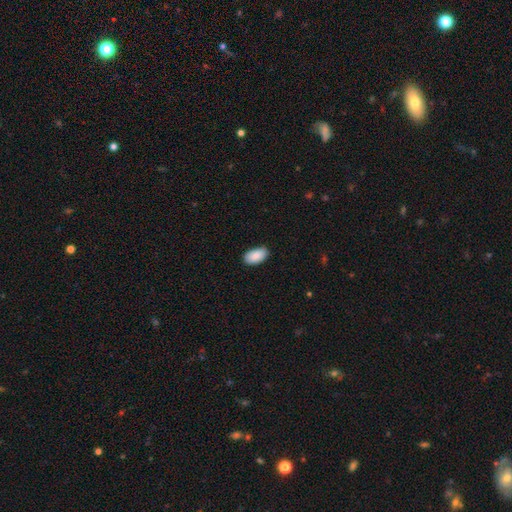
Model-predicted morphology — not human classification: type=smooth (90%); roundness=in between (95%); merging=none (85%).